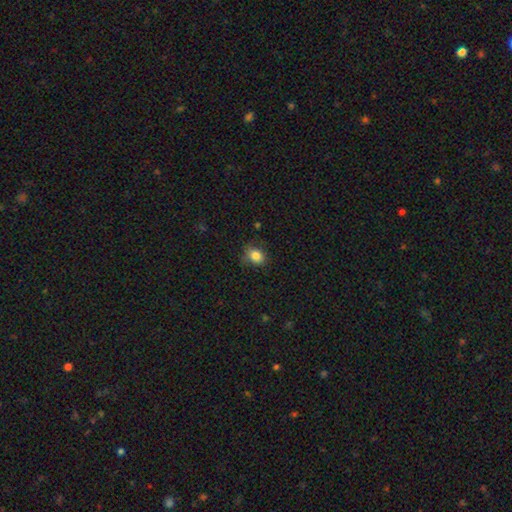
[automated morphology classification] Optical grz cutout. It shows a smooth galaxy with no disk features (84%) that is in between round and cigar-shaped (57%). Merging: none (73%).